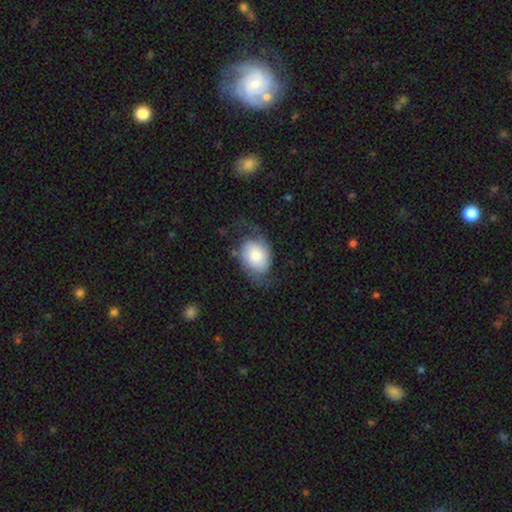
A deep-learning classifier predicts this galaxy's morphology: Smooth or featured? Predicted: featured or disk (p=0.47). Merging? Predicted: none (p=0.55).